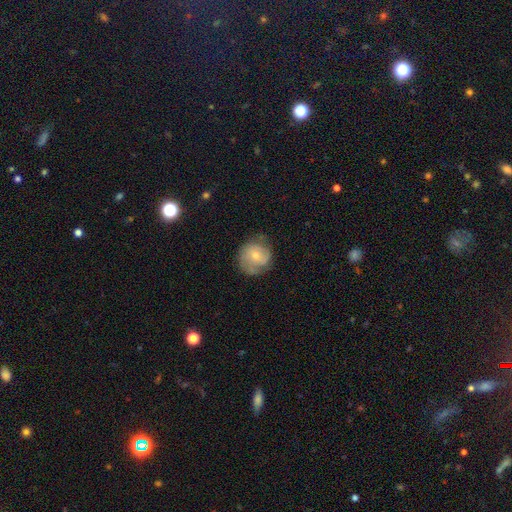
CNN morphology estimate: type=smooth (50%); roundness=round (87%); merging=none (67%).